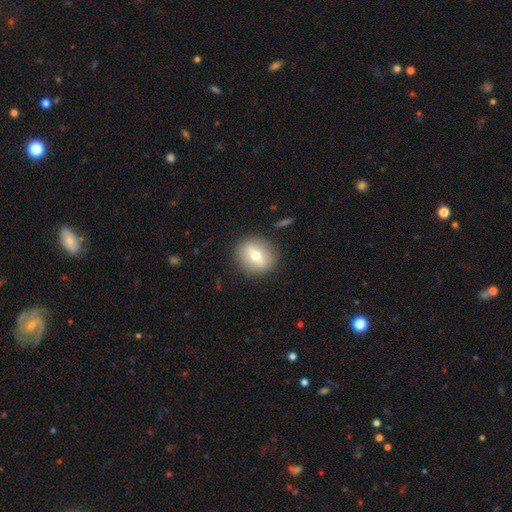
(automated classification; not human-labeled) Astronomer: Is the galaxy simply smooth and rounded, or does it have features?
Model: smooth — 55% (runner-up: featured or disk, 36%).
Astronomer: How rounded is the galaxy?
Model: round — 77%.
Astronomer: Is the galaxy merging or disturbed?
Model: none — 87%.